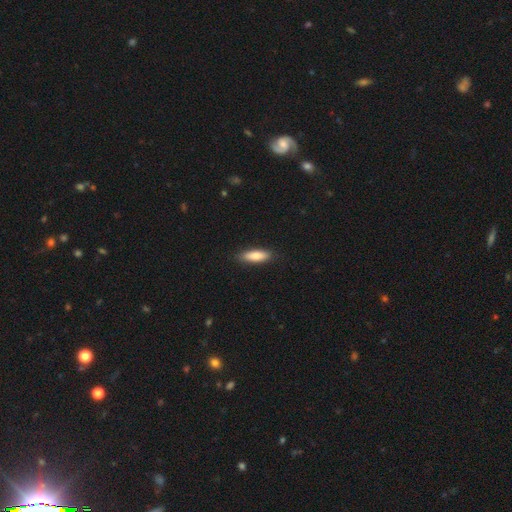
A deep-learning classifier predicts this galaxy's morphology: type=smooth (80%); roundness=cigar-shaped (51%); merging=none (87%).